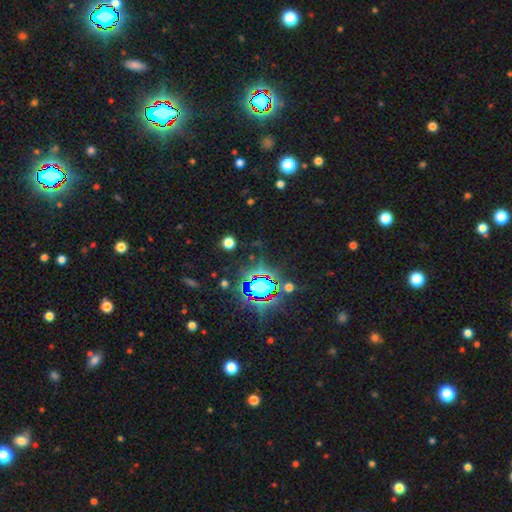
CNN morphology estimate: smooth-or-featured: star or artifact: 84% | smooth: 9% | featured or disk: 7%